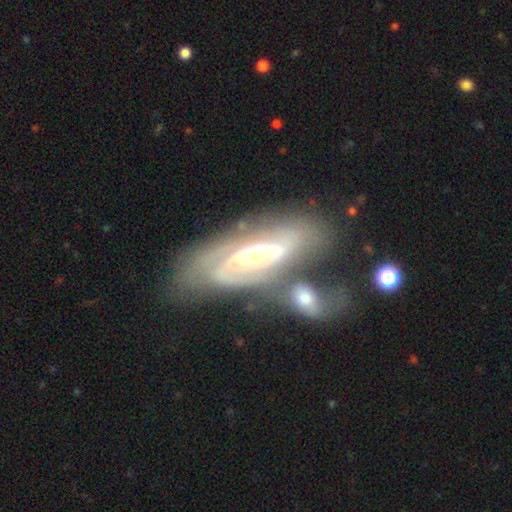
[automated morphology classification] Overall: featured or disk (85%). Edge-on disk: no (90%). Bar: no (37%; weak 36%). Spiral arms: yes (91%). Spiral arm count: 2 (57%; can't tell 26%). Spiral winding: tight (55%; medium 34%). Bulge size: small (50%; moderate 45%). Merging: none (47%; merger 28%).